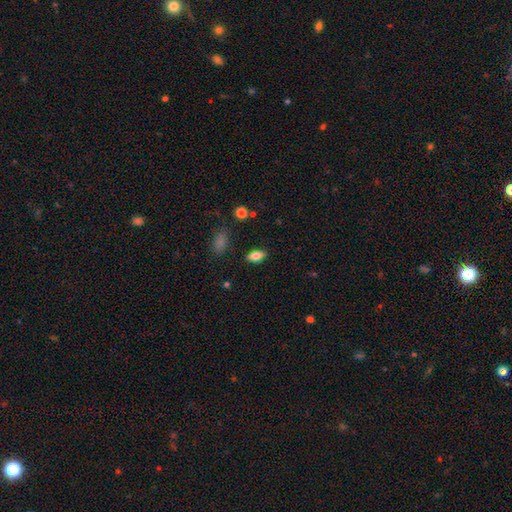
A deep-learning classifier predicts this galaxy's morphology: Smooth or featured: smooth — 76% (featured or disk — 15%)
How rounded: in between — 86% (cigar-shaped — 10%)
Merging: none — 86% (minor disturbance — 10%)